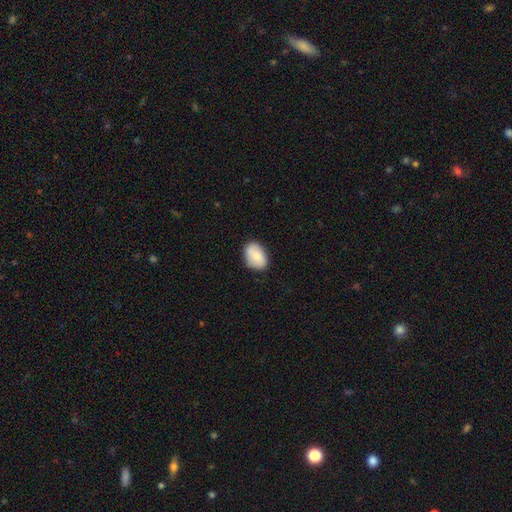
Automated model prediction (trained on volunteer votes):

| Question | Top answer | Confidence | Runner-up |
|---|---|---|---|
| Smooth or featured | smooth | 79% | featured or disk (15%) |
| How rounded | in between | 83% | round (16%) |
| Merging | none | 84% | minor disturbance (13%) |